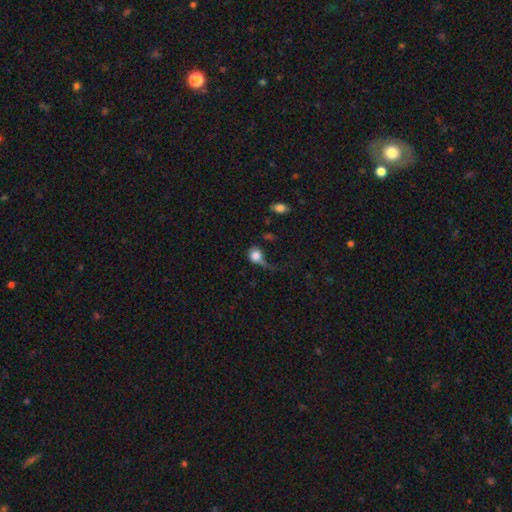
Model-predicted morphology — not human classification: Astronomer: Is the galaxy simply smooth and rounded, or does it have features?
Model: smooth — 74%.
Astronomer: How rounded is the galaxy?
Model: round — 70%.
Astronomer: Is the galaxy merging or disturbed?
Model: major disturbance — 51%.